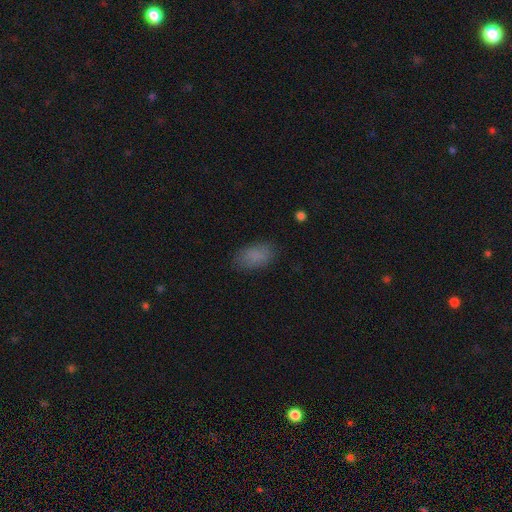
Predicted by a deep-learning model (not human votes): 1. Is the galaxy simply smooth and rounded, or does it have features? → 84% smooth, 9% star or artifact, 7% featured or disk.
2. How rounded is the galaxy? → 92% in between, 5% round, 3% cigar-shaped.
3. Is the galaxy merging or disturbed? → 80% none, 15% minor disturbance, 4% major disturbance, 1% merger.